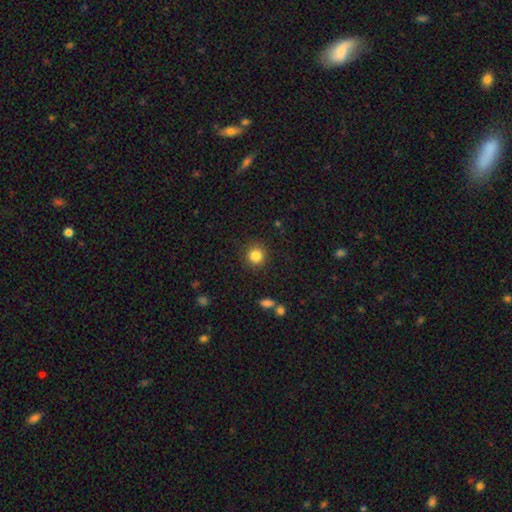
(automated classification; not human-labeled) A smooth galaxy with no disk features (84%) that is round (93%).

Vote fractions:
- Smooth or featured? smooth: 84% / star or artifact: 11% / featured or disk: 5%
- How rounded? round: 93% / in between: 6% / cigar-shaped: 1%
- Merging? none: 90% / minor disturbance: 6% / major disturbance: 2% / merger: 1%